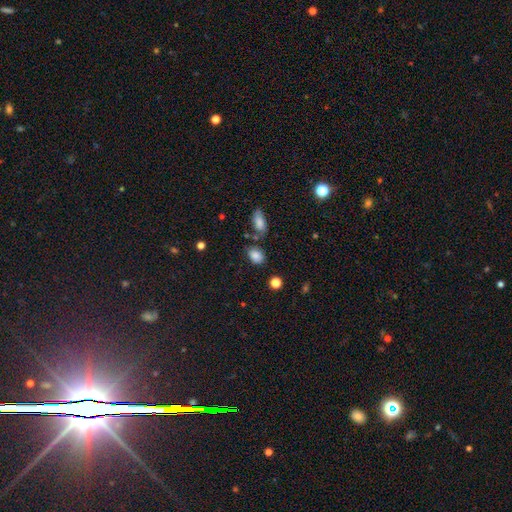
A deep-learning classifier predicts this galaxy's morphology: This is clearly a smooth galaxy (83%). How rounded: likely in between (72%). Merging: likely none (67%).